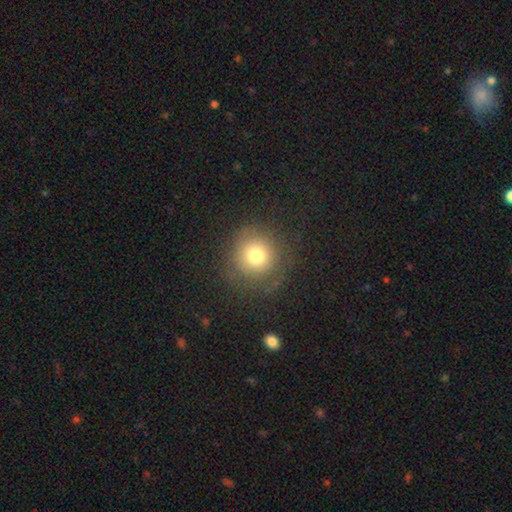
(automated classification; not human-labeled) Smooth or featured?
  - smooth: 74% *
  - star or artifact: 14%
  - featured or disk: 12%
How rounded?
  - round: 93% *
  - in between: 6%
  - cigar-shaped: 1%
Merging?
  - none: 82% *
  - minor disturbance: 10%
  - major disturbance: 7%
  - merger: 1%